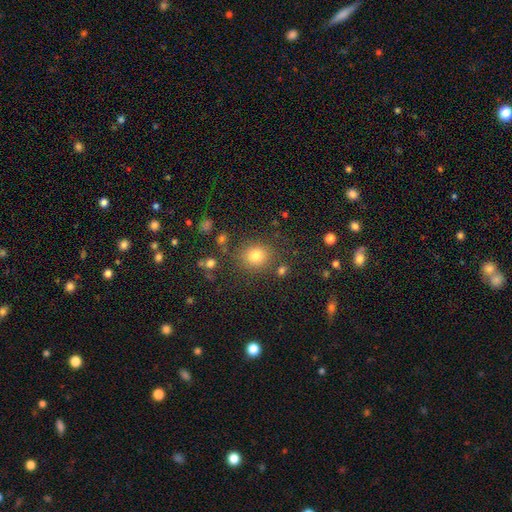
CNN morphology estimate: smooth-or-featured: smooth: 79% | star or artifact: 14% | featured or disk: 7%
  how-rounded: round: 80% | in between: 19% | cigar-shaped: 1%
  merging: none: 81% | minor disturbance: 10% | merger: 5% | major disturbance: 4%